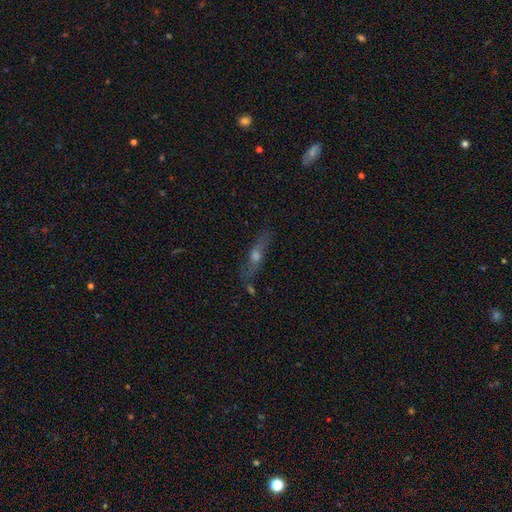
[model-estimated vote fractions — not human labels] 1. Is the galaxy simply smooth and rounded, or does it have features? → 60% featured or disk, 26% smooth, 14% star or artifact.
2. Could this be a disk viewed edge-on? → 79% yes, 21% no.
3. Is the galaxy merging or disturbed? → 79% none, 14% minor disturbance, 5% major disturbance, 3% merger.